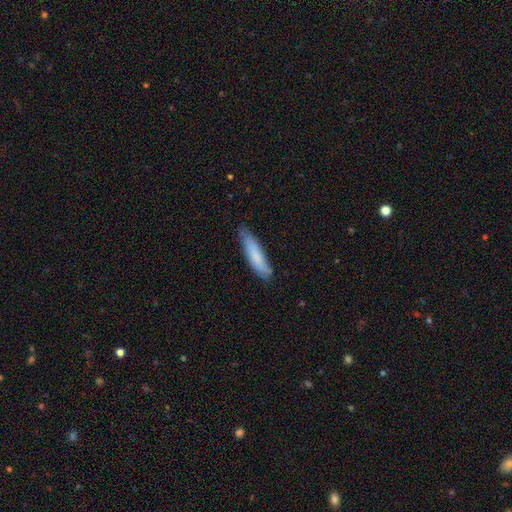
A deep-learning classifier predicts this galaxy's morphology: Overall: smooth (78%). How rounded: cigar-shaped (78%). Merging: none (75%).